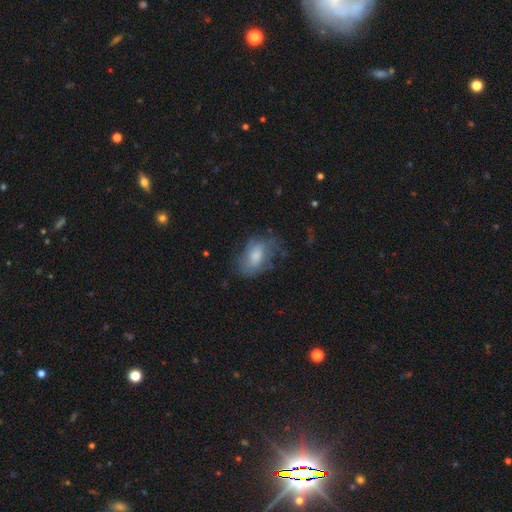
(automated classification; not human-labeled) Smooth or featured? Predicted: smooth (p=0.64). How rounded? Predicted: in between (p=0.88). Merging? Predicted: none (p=0.49).